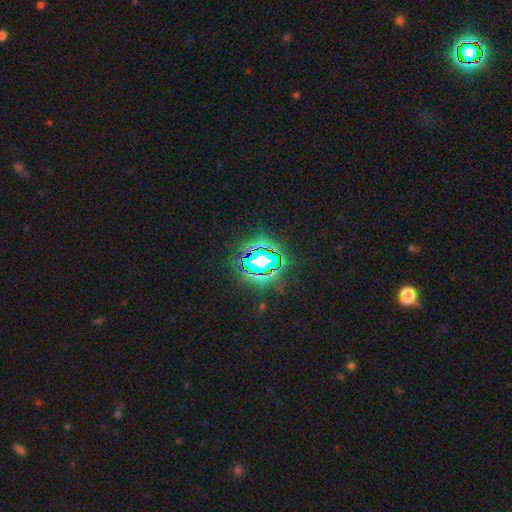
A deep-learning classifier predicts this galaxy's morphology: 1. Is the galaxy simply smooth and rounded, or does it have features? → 80% star or artifact, 13% smooth, 8% featured or disk.